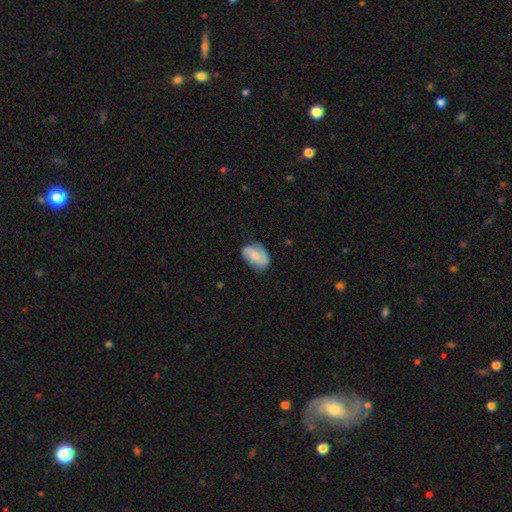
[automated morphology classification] This appears to be a featured or disk galaxy (62%) with no bar (43%), 2 (75%) medium (44%) spiral arms (91%) and a small central bulge (33%). Merging: none (66%).